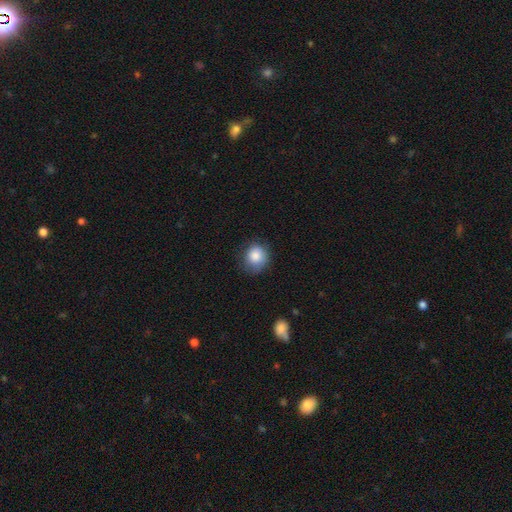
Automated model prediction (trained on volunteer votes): smooth 86%, star or artifact 9%, featured or disk 6%. Down the decision tree: how rounded — round (81%); merging — none (73%).